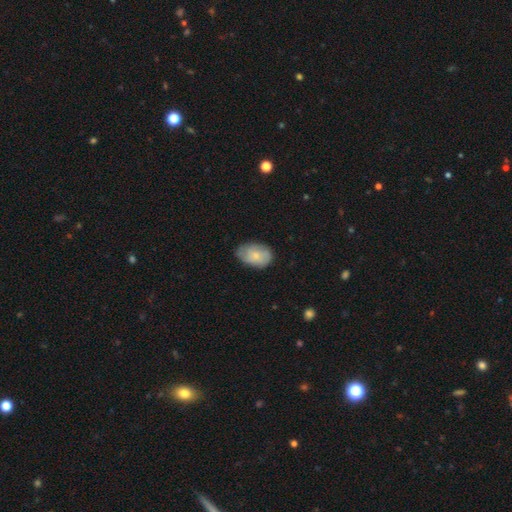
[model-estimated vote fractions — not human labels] Smooth or featured?
  - smooth: 71% *
  - featured or disk: 22%
  - star or artifact: 6%
How rounded?
  - in between: 88% *
  - round: 11%
  - cigar-shaped: 1%
Merging?
  - none: 63% *
  - minor disturbance: 30%
  - major disturbance: 6%
  - merger: 1%